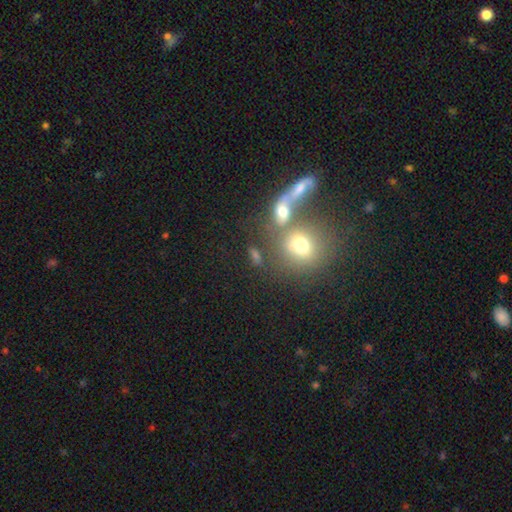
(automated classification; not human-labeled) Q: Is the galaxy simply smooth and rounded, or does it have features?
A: smooth — 57%.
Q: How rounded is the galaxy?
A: round — 70%.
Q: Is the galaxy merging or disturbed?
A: none — 42%.